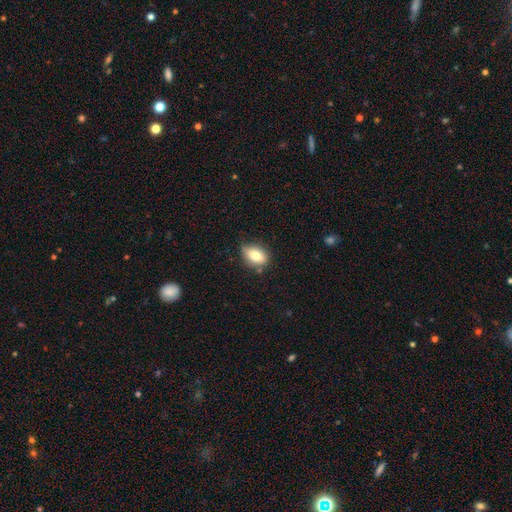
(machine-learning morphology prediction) A smooth galaxy with no disk features (75%) that is in between round and cigar-shaped (76%).

Vote fractions:
- Smooth or featured? smooth: 75% / featured or disk: 16% / star or artifact: 9%
- How rounded? in between: 76% / round: 22% / cigar-shaped: 3%
- Merging? none: 69% / minor disturbance: 24% / major disturbance: 4% / merger: 3%